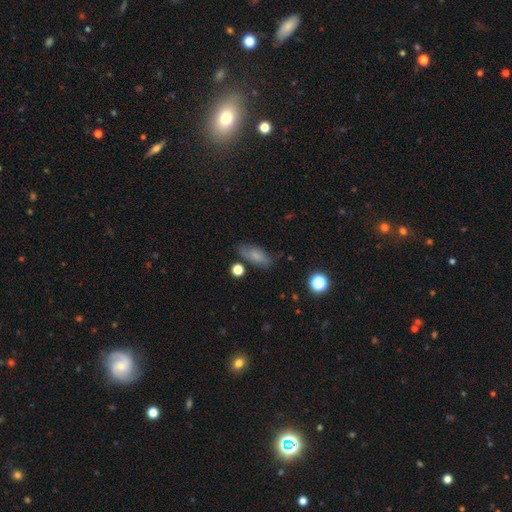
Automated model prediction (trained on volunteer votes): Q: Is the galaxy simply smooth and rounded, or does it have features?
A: smooth — 75%.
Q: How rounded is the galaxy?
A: in between — 83%.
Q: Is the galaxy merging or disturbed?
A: none — 71%.